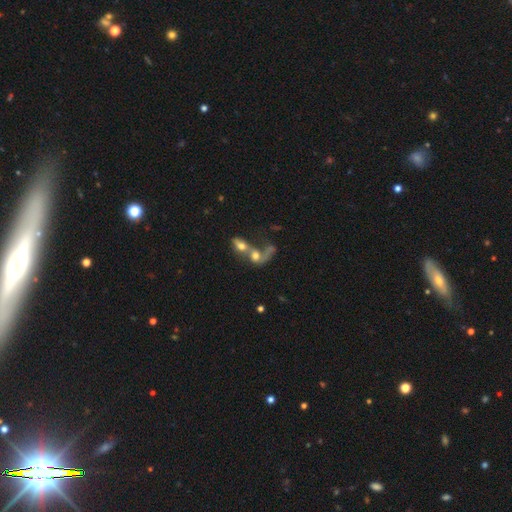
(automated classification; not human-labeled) Overall: smooth (51%; featured or disk 36%). How rounded: in between (61%; round 32%). Merging: merger (77%).